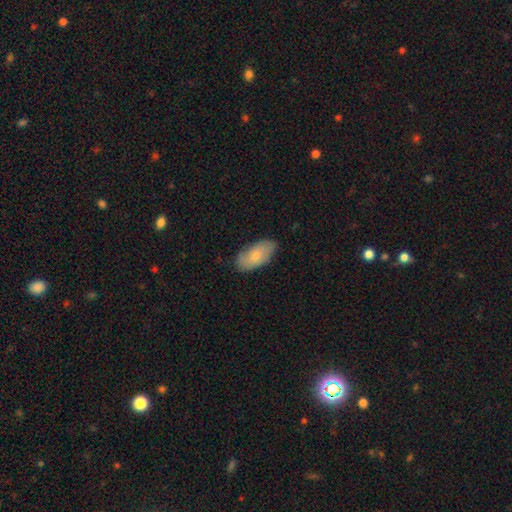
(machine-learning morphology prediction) The model was most divided on "smooth or featured": smooth: 76%, featured or disk: 18%, star or artifact: 6%. More confident: how rounded — in between (93%); merging — none (79%).